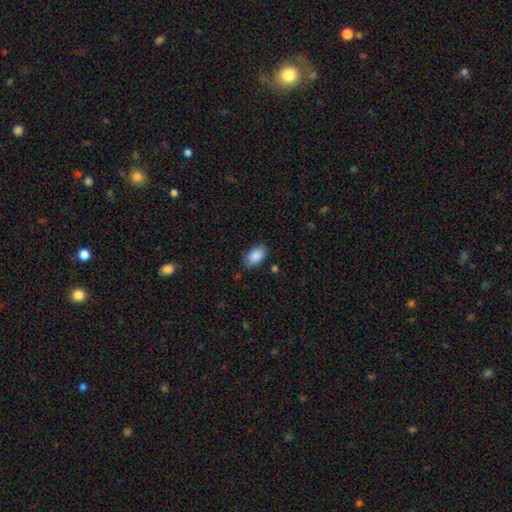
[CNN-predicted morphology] smooth 89%, star or artifact 7%, featured or disk 4%. Down the decision tree: how rounded — in between (91%); merging — none (81%).